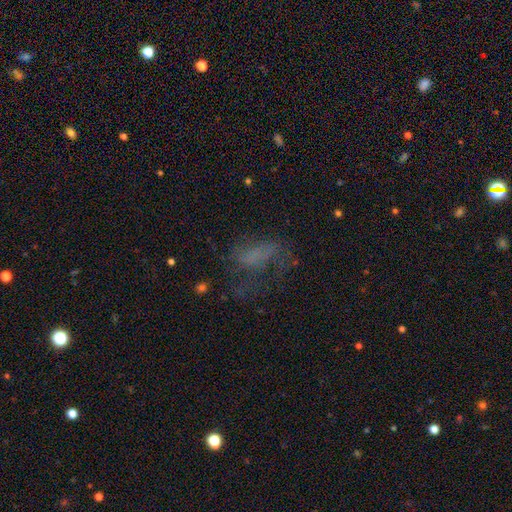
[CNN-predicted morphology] Smooth or featured? smooth (41%)
Merging? major disturbance (39%)